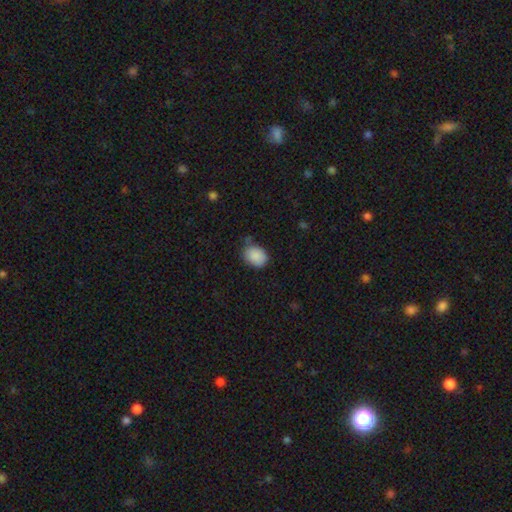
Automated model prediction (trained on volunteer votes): smooth-or-featured: smooth: 88% | star or artifact: 8% | featured or disk: 4%
  how-rounded: in between: 59% | round: 40% | cigar-shaped: 1%
  merging: none: 69% | minor disturbance: 23% | major disturbance: 5% | merger: 4%